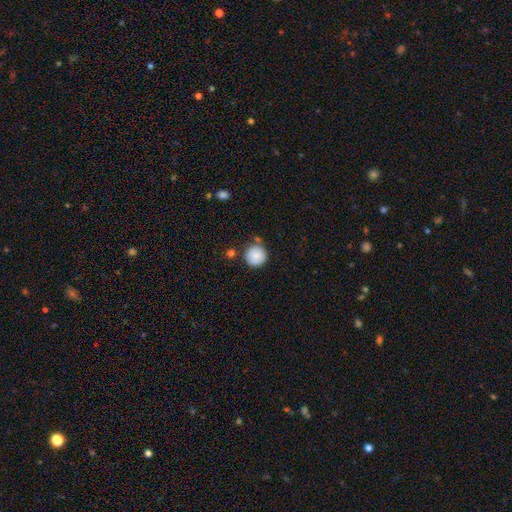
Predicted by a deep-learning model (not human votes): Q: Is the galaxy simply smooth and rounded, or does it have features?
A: smooth — 86%.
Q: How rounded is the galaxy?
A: round — 95%.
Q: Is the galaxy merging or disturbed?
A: none — 82%.